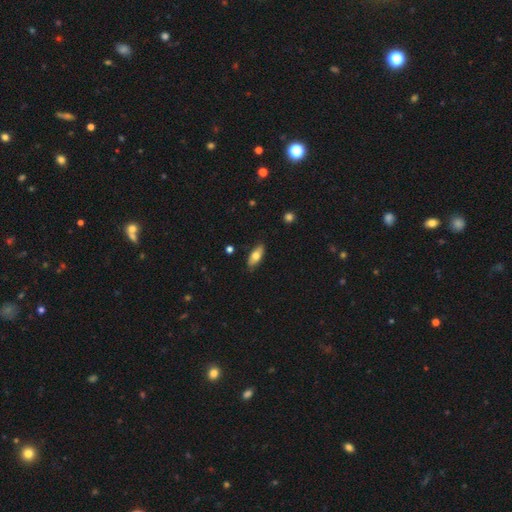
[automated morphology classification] Smooth or featured?
  - smooth: 72% *
  - featured or disk: 22%
  - star or artifact: 6%
How rounded?
  - in between: 77% *
  - cigar-shaped: 21%
  - round: 2%
Merging?
  - none: 83% *
  - minor disturbance: 14%
  - major disturbance: 2%
  - merger: 1%